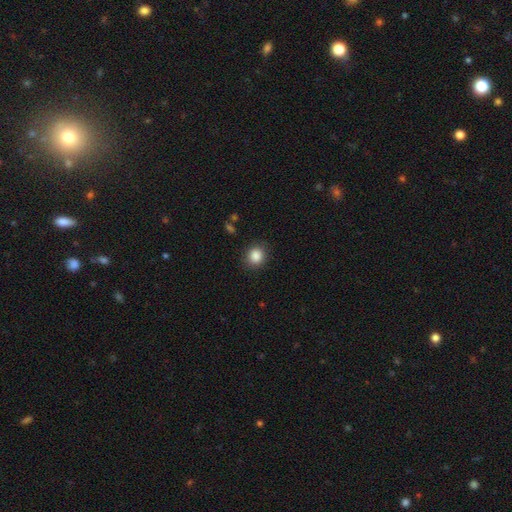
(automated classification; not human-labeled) Smooth or featured: smooth — 87% (star or artifact — 9%)
How rounded: round — 81% (in between — 18%)
Merging: none — 87% (minor disturbance — 9%)